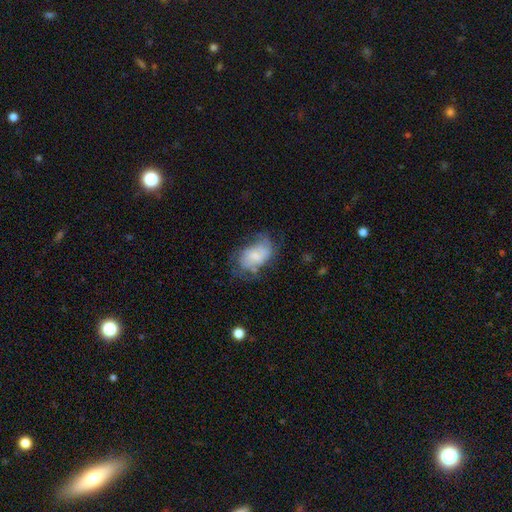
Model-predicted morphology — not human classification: Smooth or featured?
  - smooth: 50% *
  - featured or disk: 41%
  - star or artifact: 8%
How rounded?
  - in between: 87% *
  - round: 11%
  - cigar-shaped: 1%
Merging?
  - none: 42% *
  - minor disturbance: 30%
  - major disturbance: 24%
  - merger: 4%